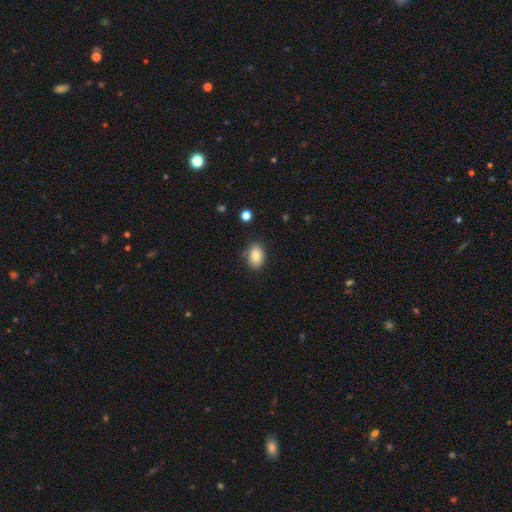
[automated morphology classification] Smooth or featured: smooth — 81% (featured or disk — 10%)
How rounded: in between — 78% (round — 21%)
Merging: none — 81% (minor disturbance — 14%)